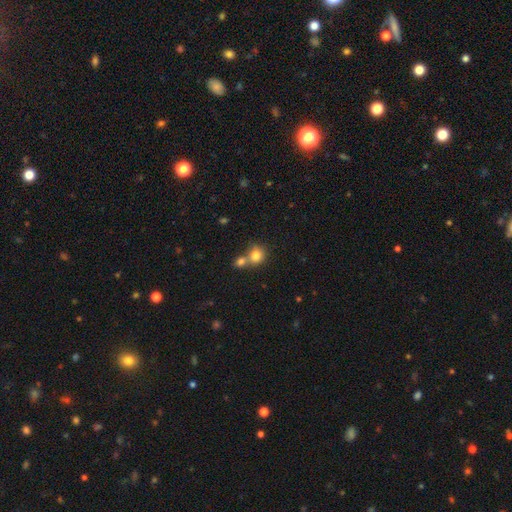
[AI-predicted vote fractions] Smooth or featured?
  - smooth: 80% *
  - star or artifact: 11%
  - featured or disk: 10%
How rounded?
  - round: 77% *
  - in between: 22%
  - cigar-shaped: 1%
Merging?
  - merger: 49% *
  - none: 39%
  - minor disturbance: 8%
  - major disturbance: 3%